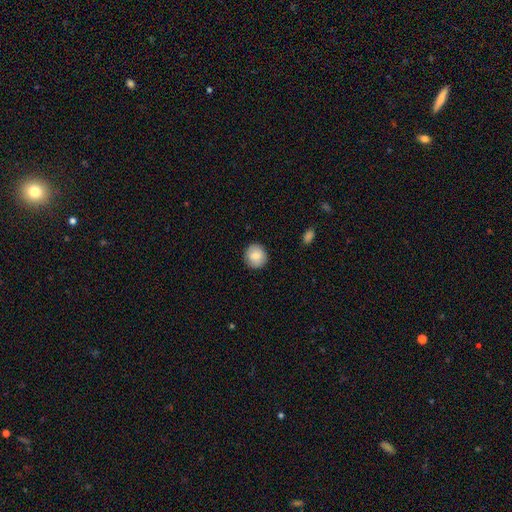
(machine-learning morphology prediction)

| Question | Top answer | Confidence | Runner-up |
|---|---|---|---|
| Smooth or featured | smooth | 80% | featured or disk (12%) |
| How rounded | round | 90% | in between (9%) |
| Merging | none | 89% | minor disturbance (8%) |